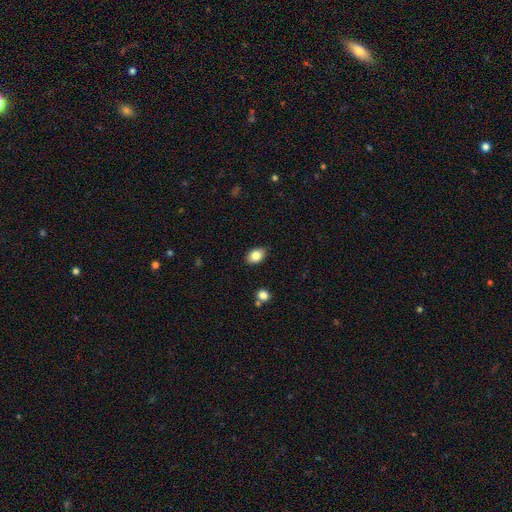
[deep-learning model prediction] This is clearly a smooth galaxy (84%). How rounded: clearly in between (80%). Merging: clearly none (86%).